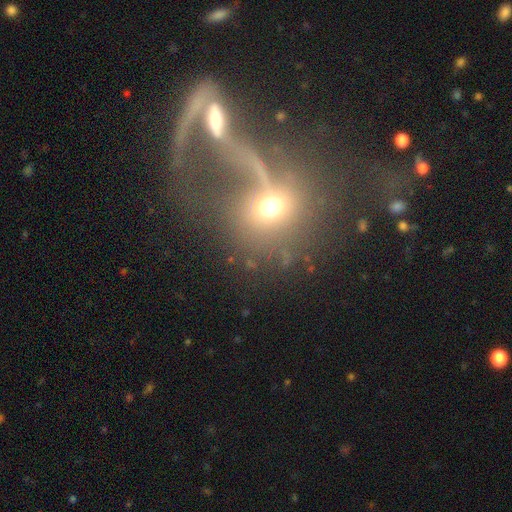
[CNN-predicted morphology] smooth-or-featured: featured or disk: 43% | smooth: 39% | star or artifact: 18%
  merging: merger: 56% | major disturbance: 19% | none: 17% | minor disturbance: 8%